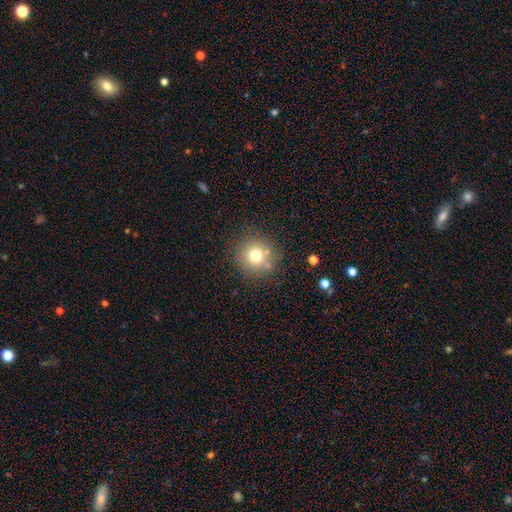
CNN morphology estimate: smooth_or_featured: smooth (p=0.73) [alt: star or artifact p=0.15]
how_rounded: round (p=0.94) [alt: in between p=0.05]
merging: none (p=0.79) [alt: minor disturbance p=0.10]